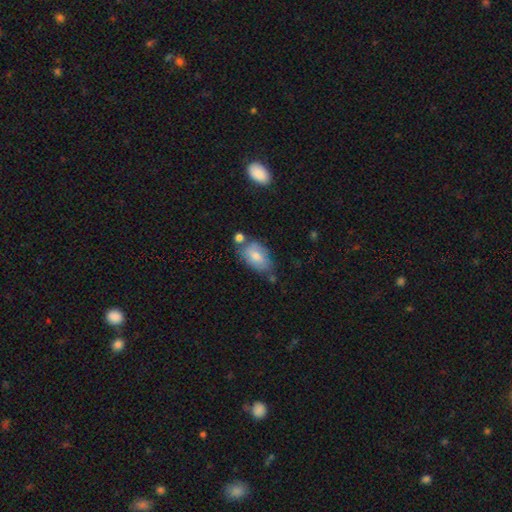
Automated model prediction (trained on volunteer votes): smooth 69%, featured or disk 23%, star or artifact 7%. Down the decision tree: how rounded — in between (92%); merging — none (49%).